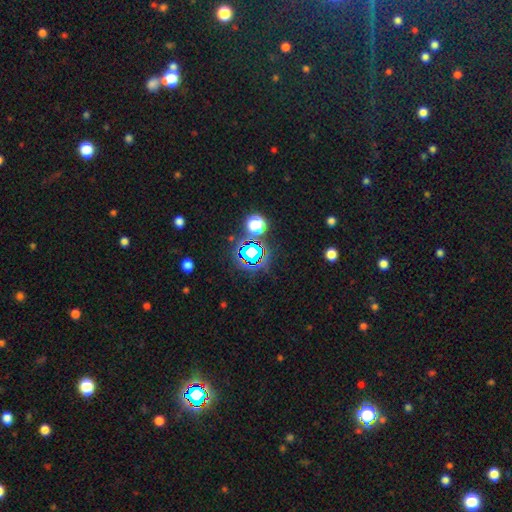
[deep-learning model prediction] A star or artifact, not a galaxy (77%).

Vote fractions:
- Smooth or featured? star or artifact: 77% / smooth: 16% / featured or disk: 7%